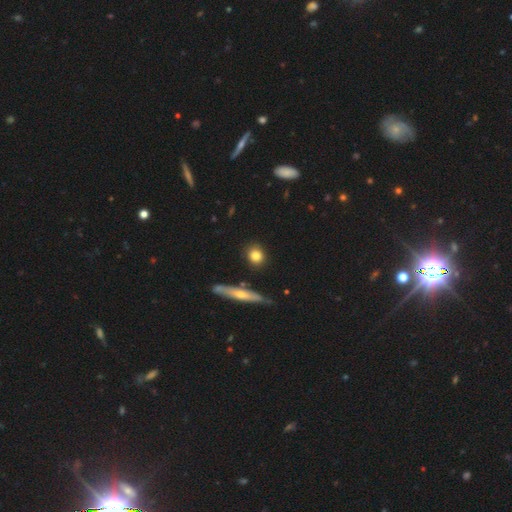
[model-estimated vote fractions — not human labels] Q: Smooth or featured?
A: smooth (80%); runner-up: featured or disk (11%)
Q: How rounded?
A: round (75%); runner-up: in between (19%)
Q: Merging?
A: none (84%); runner-up: minor disturbance (10%)